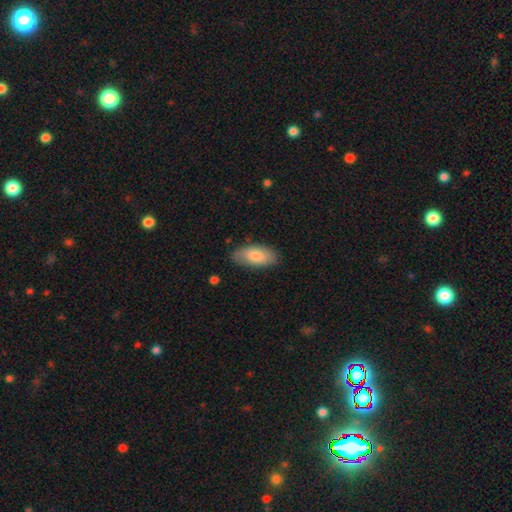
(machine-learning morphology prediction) smooth 81%, featured or disk 13%, star or artifact 6%. Down the decision tree: how rounded — in between (90%); merging — none (82%).